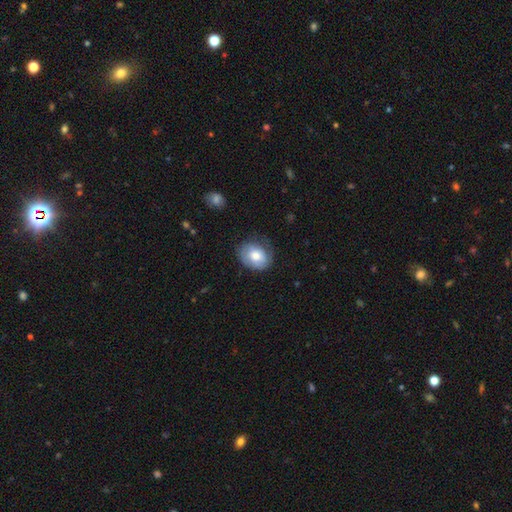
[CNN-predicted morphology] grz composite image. It shows a smooth galaxy with no disk features (69%) that is in between round and cigar-shaped (57%). Merging: none (65%).